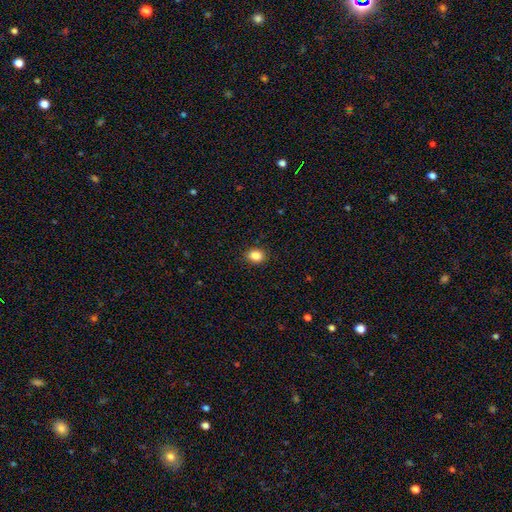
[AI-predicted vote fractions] Overall: smooth (85%). How rounded: round (54%; in between 45%). Merging: none (90%).